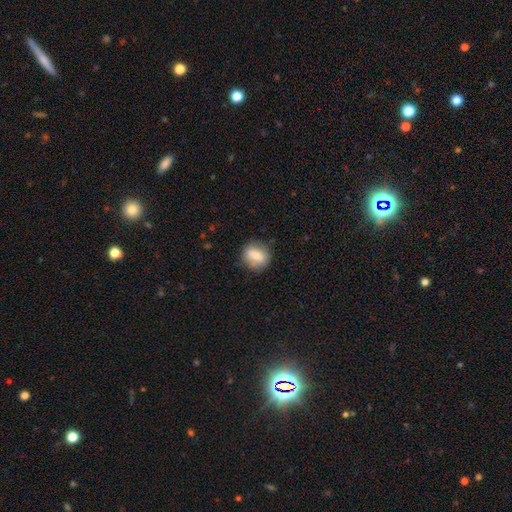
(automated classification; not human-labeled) Smooth or featured?
  - smooth: 78% *
  - featured or disk: 14%
  - star or artifact: 8%
How rounded?
  - round: 63% *
  - in between: 36%
  - cigar-shaped: 2%
Merging?
  - none: 77% *
  - minor disturbance: 17%
  - major disturbance: 5%
  - merger: 2%